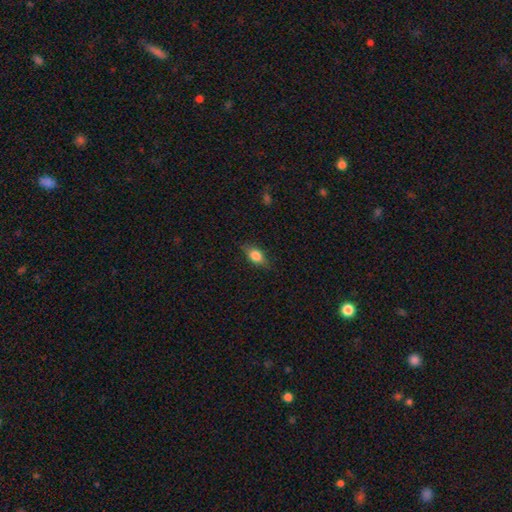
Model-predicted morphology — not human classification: Smooth or featured?
  - smooth: 77% *
  - featured or disk: 14%
  - star or artifact: 8%
How rounded?
  - in between: 79% *
  - round: 12%
  - cigar-shaped: 9%
Merging?
  - none: 80% *
  - minor disturbance: 15%
  - major disturbance: 3%
  - merger: 1%